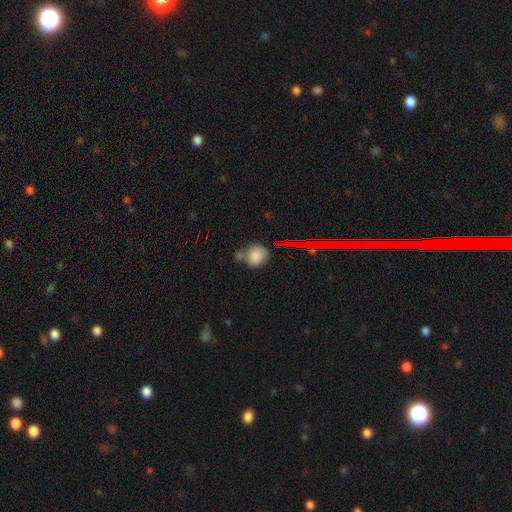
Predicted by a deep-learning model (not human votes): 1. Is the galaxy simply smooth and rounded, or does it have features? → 78% smooth, 13% star or artifact, 8% featured or disk.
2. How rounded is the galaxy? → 67% round, 31% in between, 2% cigar-shaped.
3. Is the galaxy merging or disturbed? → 53% none, 21% merger, 20% minor disturbance, 6% major disturbance.